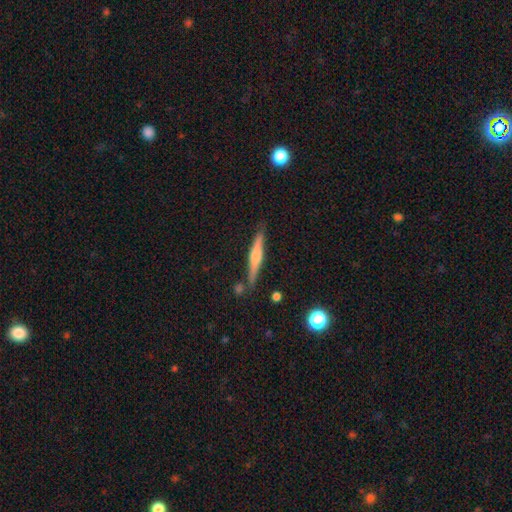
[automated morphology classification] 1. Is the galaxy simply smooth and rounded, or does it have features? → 58% featured or disk, 36% smooth, 7% star or artifact.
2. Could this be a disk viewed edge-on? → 97% yes, 3% no.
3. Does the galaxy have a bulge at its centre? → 76% rounded, 12% boxy, 12% none.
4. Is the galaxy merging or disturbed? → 82% none, 11% minor disturbance, 4% merger, 2% major disturbance.